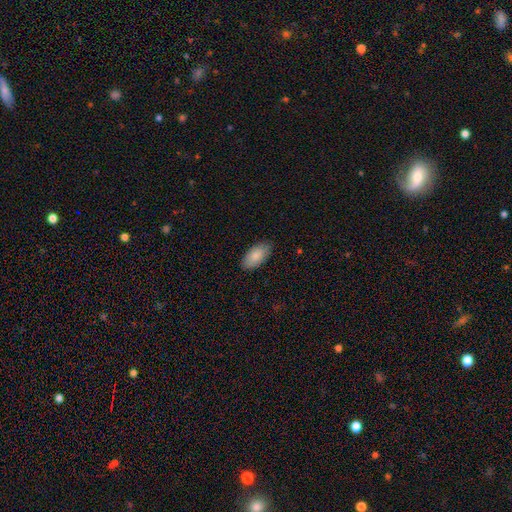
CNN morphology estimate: This is clearly a smooth galaxy (86%). How rounded: clearly in between (94%). Merging: clearly none (86%).